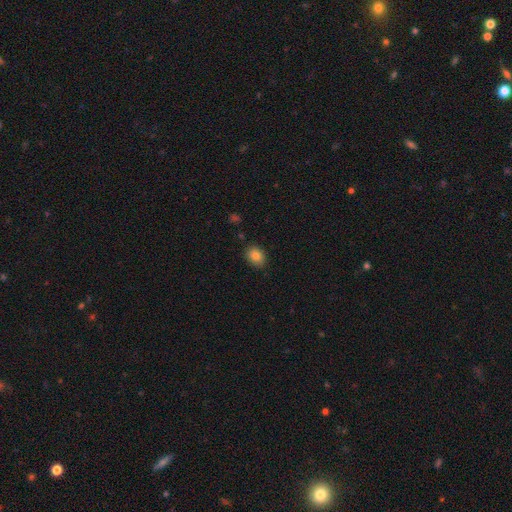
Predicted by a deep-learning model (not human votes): A smooth galaxy with no disk features (85%) that is in between round and cigar-shaped (60%). Merging: none (84%).